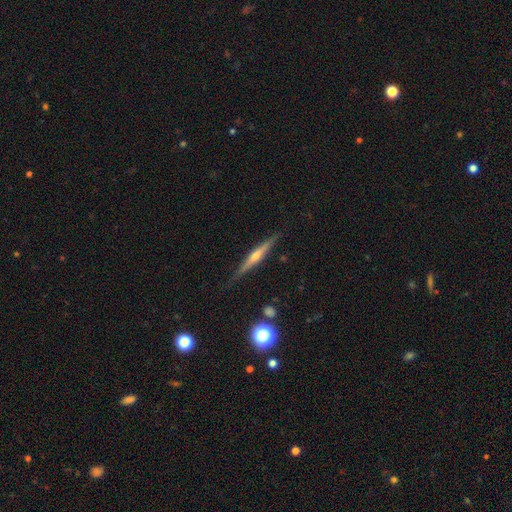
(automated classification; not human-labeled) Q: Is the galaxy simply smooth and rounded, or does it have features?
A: featured or disk — 70%.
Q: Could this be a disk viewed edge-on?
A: yes — 97%.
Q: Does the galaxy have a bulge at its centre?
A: rounded — 78%.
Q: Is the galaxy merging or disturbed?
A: none — 85%.